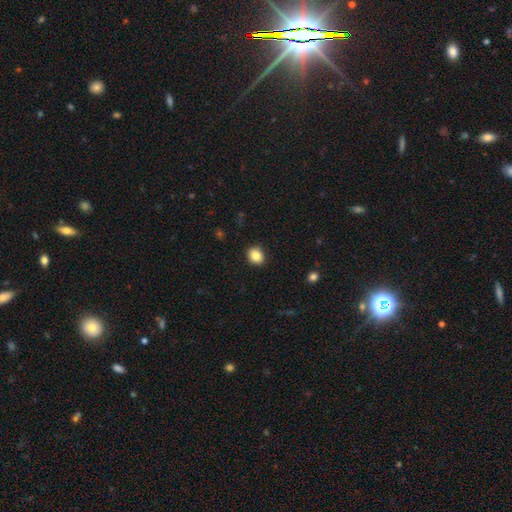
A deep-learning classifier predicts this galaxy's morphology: type=smooth (86%); roundness=round (58%); merging=none (90%).